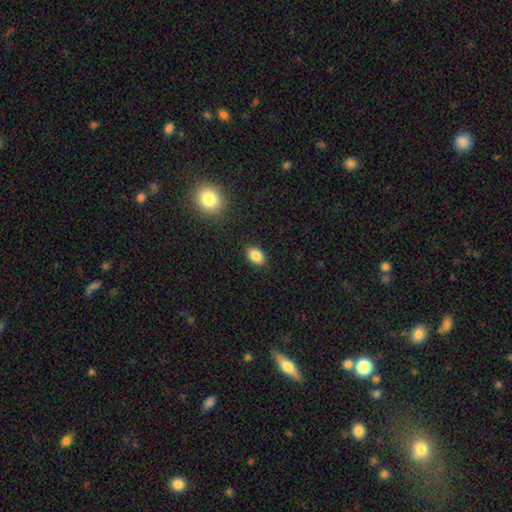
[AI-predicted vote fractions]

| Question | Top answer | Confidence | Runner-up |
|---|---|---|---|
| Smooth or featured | smooth | 85% | star or artifact (9%) |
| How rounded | in between | 88% | round (10%) |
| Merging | none | 88% | minor disturbance (8%) |